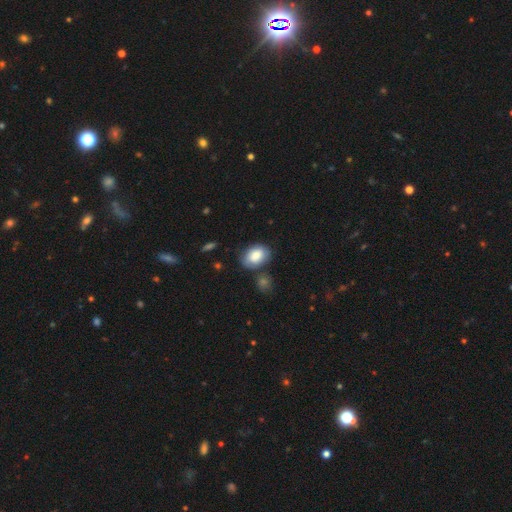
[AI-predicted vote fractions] Morphology: type=smooth (82%); roundness=in between (84%); merging=none (69%).